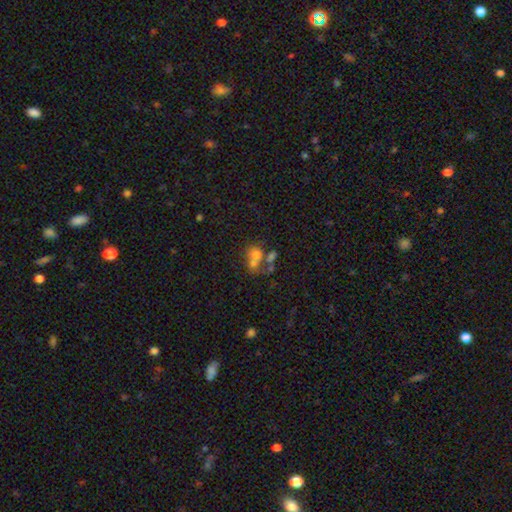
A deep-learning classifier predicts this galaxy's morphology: A smooth galaxy with no disk features (60%) that is round (67%). Merging: merger (54%).